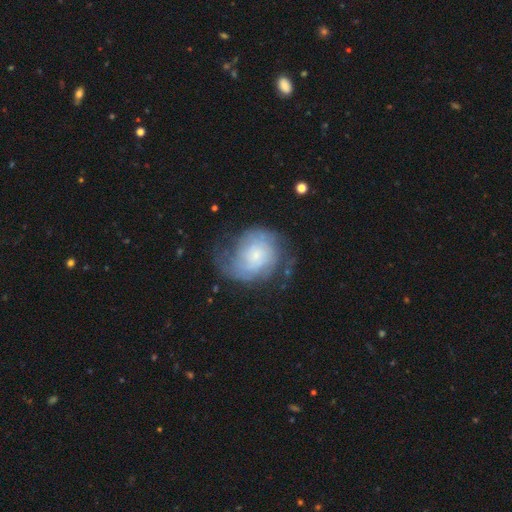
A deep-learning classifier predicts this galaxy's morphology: type=featured or disk (69%); edge-on=no (98%); bar=no (75%); spiral arms=yes (87%); winding=tight (46%); arm count=2 (45%); bulge=small (66%); merging=none (53%).